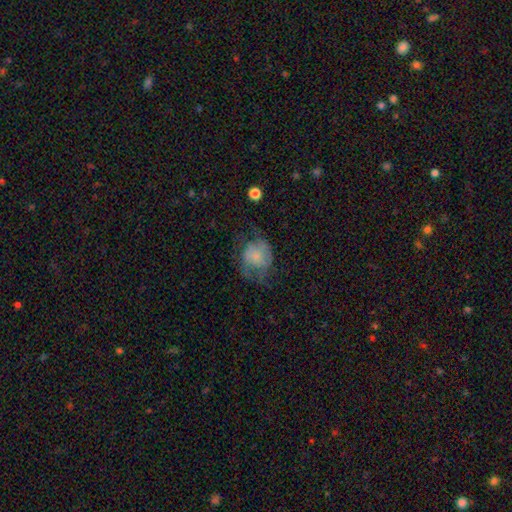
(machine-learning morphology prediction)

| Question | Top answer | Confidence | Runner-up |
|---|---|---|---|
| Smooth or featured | smooth | 53% | featured or disk (39%) |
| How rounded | round | 70% | in between (29%) |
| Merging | none | 40% | major disturbance (32%) |